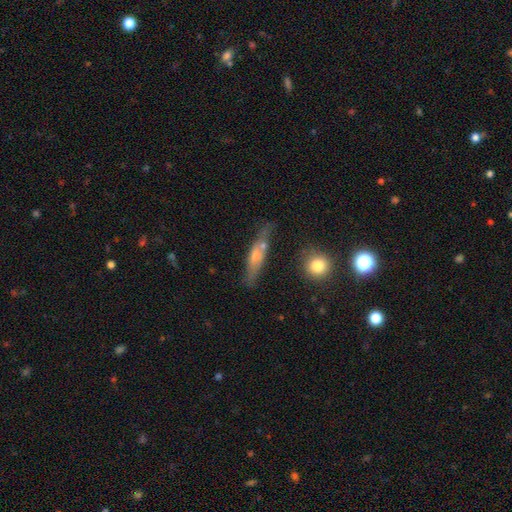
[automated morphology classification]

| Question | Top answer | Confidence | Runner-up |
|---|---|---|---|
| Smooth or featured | smooth | 47% | featured or disk (45%) |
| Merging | none | 62% | minor disturbance (21%) |